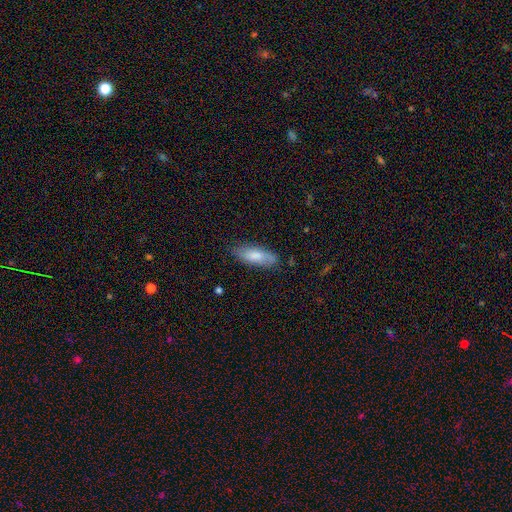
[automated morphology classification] The model was most divided on "how rounded": in between: 71%, cigar-shaped: 27%, round: 2%. More confident: merging — none (78%); smooth or featured — smooth (76%).